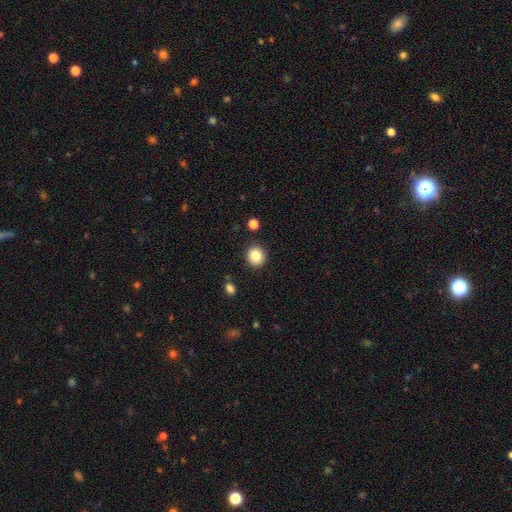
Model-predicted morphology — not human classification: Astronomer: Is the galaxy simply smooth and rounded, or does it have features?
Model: smooth — 83%.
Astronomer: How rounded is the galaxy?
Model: round — 90%.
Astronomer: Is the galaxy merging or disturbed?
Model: none — 90%.